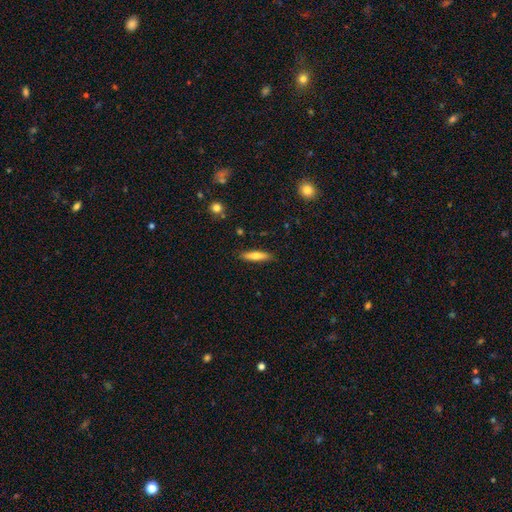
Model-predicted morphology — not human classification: Overall: smooth (69%). How rounded: cigar-shaped (78%). Merging: none (87%).